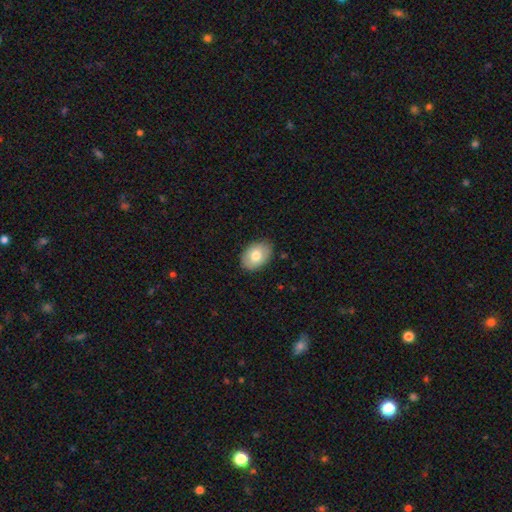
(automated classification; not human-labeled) Smooth or featured? smooth (76%)
How rounded? in between (82%)
Merging? none (84%)